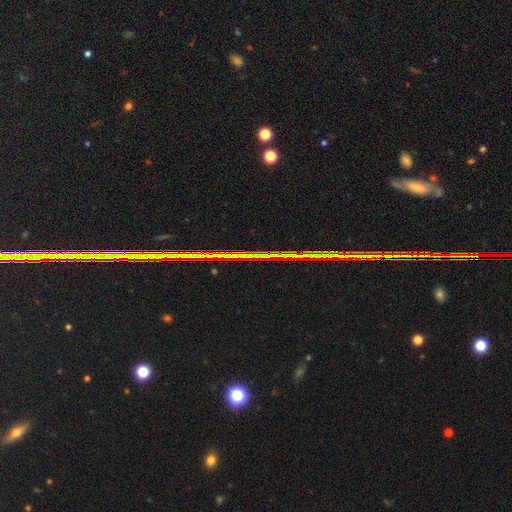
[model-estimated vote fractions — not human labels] This appears to be a star or artifact, not a galaxy (77%).